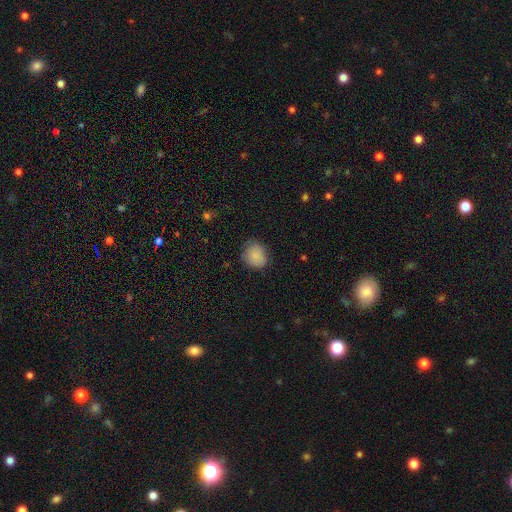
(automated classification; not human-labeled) Smooth or featured?
  - smooth: 86% *
  - star or artifact: 9%
  - featured or disk: 5%
How rounded?
  - round: 68% *
  - in between: 31%
  - cigar-shaped: 1%
Merging?
  - none: 75% *
  - minor disturbance: 20%
  - major disturbance: 4%
  - merger: 1%